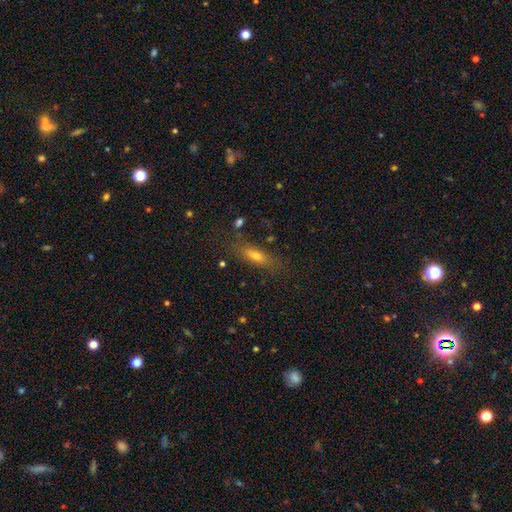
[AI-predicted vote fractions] smooth_or_featured: smooth (p=0.60) [alt: featured or disk p=0.25]
how_rounded: cigar-shaped (p=0.50) [alt: in between p=0.46]
merging: none (p=0.76) [alt: minor disturbance p=0.15]